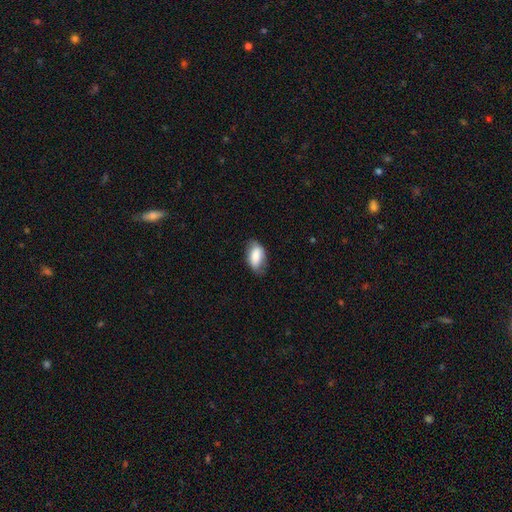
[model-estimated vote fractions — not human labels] Smooth or featured? smooth (78%)
How rounded? in between (92%)
Merging? none (69%)